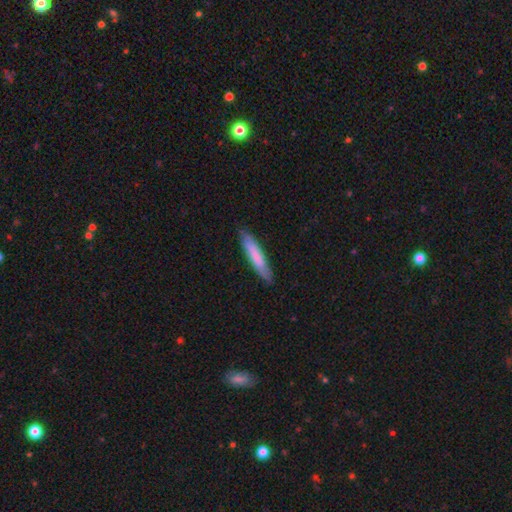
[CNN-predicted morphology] A smooth galaxy with no disk features (75%) that is cigar-shaped (89%). Merging: none (86%).